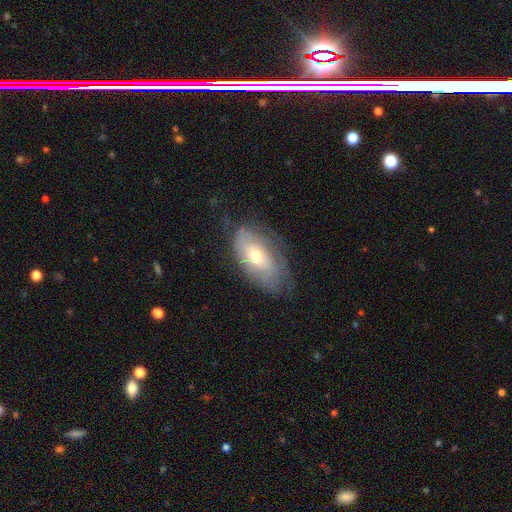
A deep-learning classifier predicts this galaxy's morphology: This appears to be a featured or disk galaxy (54%). Merging: none (60%).